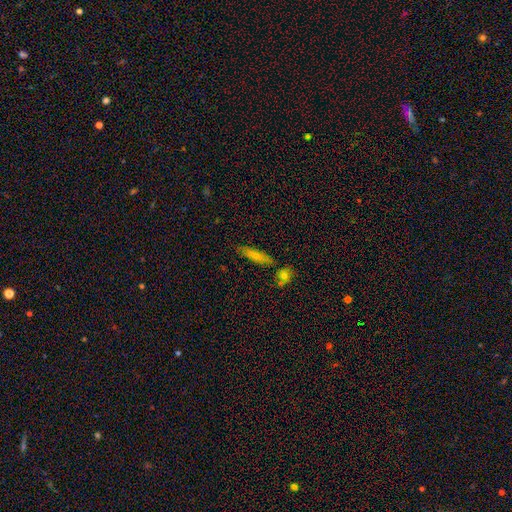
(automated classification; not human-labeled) Q: Smooth or featured?
A: smooth (75%); runner-up: featured or disk (17%)
Q: How rounded?
A: cigar-shaped (71%); runner-up: in between (27%)
Q: Merging?
A: none (78%); runner-up: minor disturbance (13%)